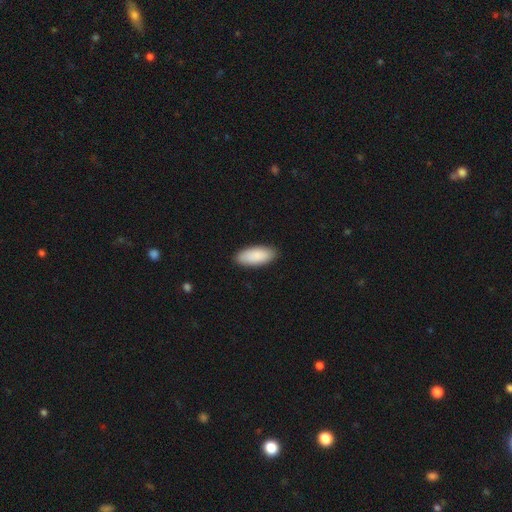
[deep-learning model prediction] smooth-or-featured: smooth: 90% | star or artifact: 5% | featured or disk: 5%
  how-rounded: in between: 85% | cigar-shaped: 14% | round: 2%
  merging: none: 88% | minor disturbance: 9% | major disturbance: 2% | merger: 1%